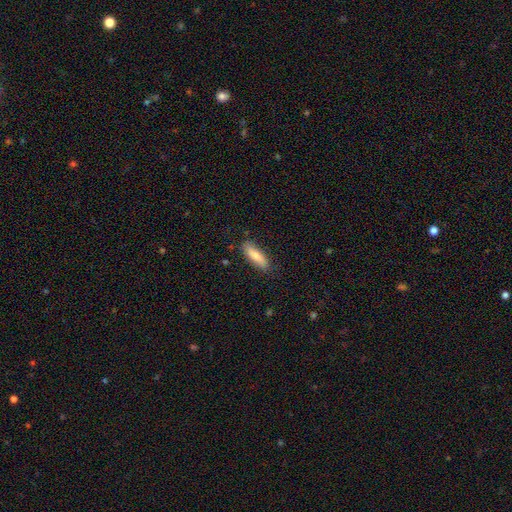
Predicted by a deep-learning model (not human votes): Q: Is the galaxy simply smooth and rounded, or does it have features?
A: smooth — 78%.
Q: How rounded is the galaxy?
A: cigar-shaped — 52%.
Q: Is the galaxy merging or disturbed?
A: none — 82%.